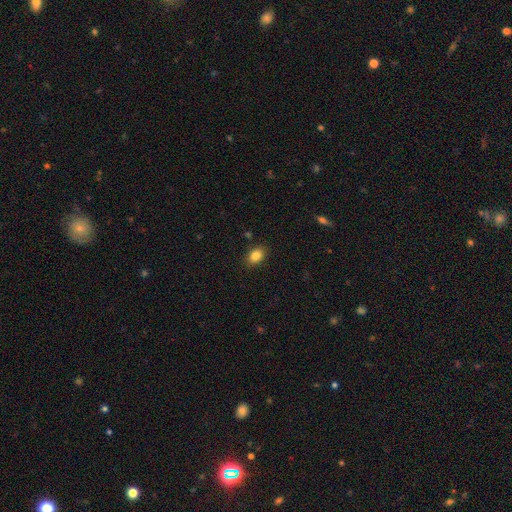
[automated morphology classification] A smooth galaxy with no disk features (85%) that is in between round and cigar-shaped (78%).

Vote fractions:
- Smooth or featured? smooth: 85% / star or artifact: 9% / featured or disk: 6%
- How rounded? in between: 78% / round: 21% / cigar-shaped: 1%
- Merging? none: 88% / minor disturbance: 9% / major disturbance: 2% / merger: 1%